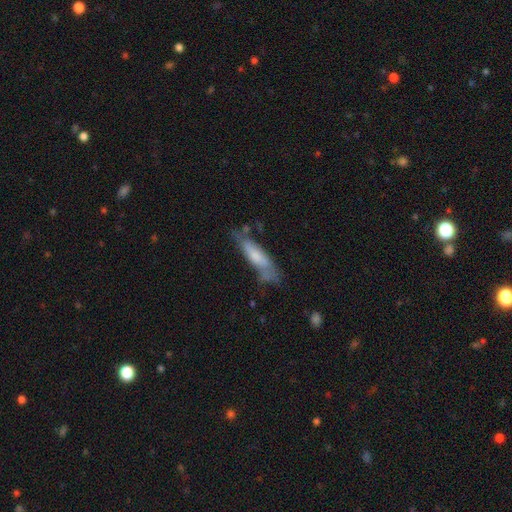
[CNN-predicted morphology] smooth_or_featured: smooth (p=0.53) [alt: featured or disk p=0.39]
how_rounded: cigar-shaped (p=0.71) [alt: in between p=0.27]
merging: none (p=0.55) [alt: minor disturbance p=0.27]